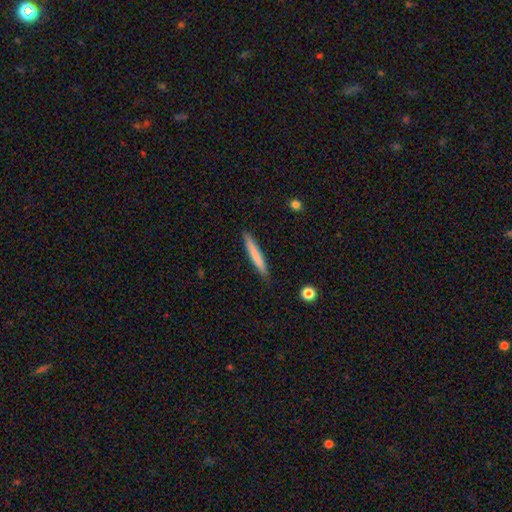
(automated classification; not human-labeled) smooth 71%, featured or disk 23%, star or artifact 6%. Down the decision tree: how rounded — cigar-shaped (96%); merging — none (89%).